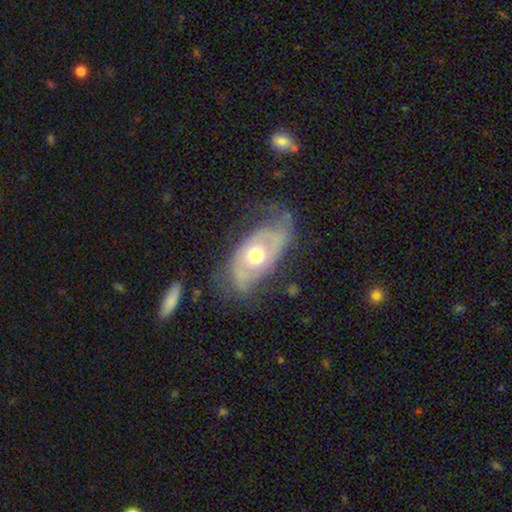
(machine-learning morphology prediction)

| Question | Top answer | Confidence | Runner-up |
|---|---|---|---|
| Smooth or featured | featured or disk | 64% | smooth (30%) |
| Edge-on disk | no | 88% | yes (12%) |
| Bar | no | 81% | weak (15%) |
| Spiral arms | yes | 55% | no (45%) |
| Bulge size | moderate | 71% | small (16%) |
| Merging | none | 49% | minor disturbance (28%) |